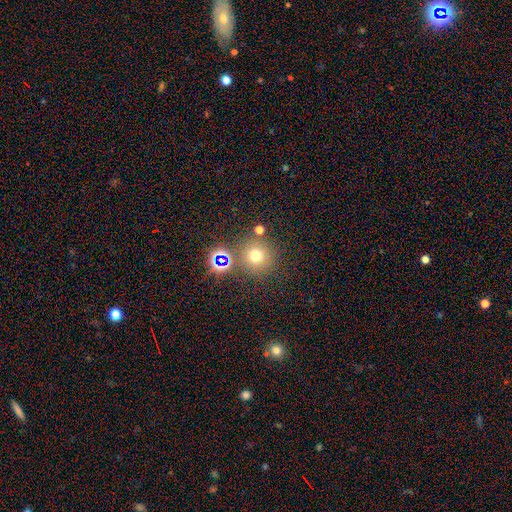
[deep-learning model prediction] A smooth galaxy with no disk features (66%) that is round (94%). Merging: none (80%).